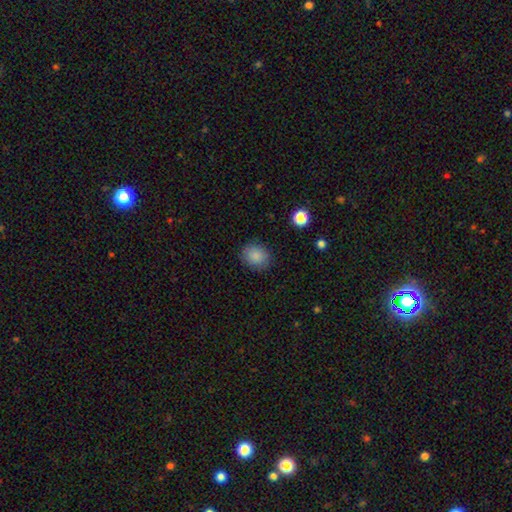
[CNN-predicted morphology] Smooth or featured: smooth — 87% (star or artifact — 9%)
How rounded: round — 59% (in between — 41%)
Merging: none — 86% (minor disturbance — 10%)